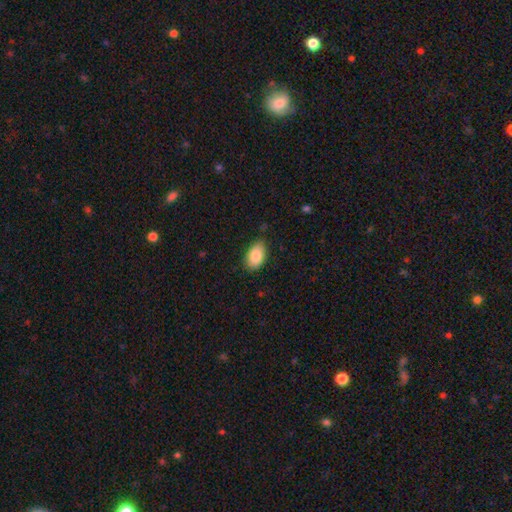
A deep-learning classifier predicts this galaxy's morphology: Smooth or featured?
  - smooth: 86% *
  - featured or disk: 7%
  - star or artifact: 7%
How rounded?
  - in between: 93% *
  - round: 6%
  - cigar-shaped: 1%
Merging?
  - none: 80% *
  - minor disturbance: 16%
  - major disturbance: 3%
  - merger: 1%